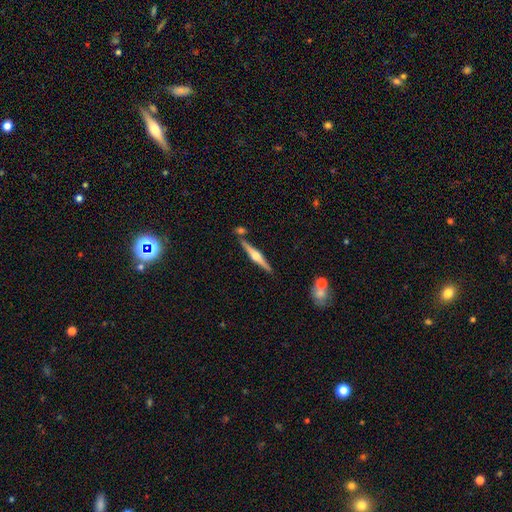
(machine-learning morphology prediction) The model was most divided on "smooth or featured": featured or disk: 76%, smooth: 19%, star or artifact: 5%. More confident: edge-on disk — yes (98%); edge-on bulge — rounded (94%); merging — none (83%).